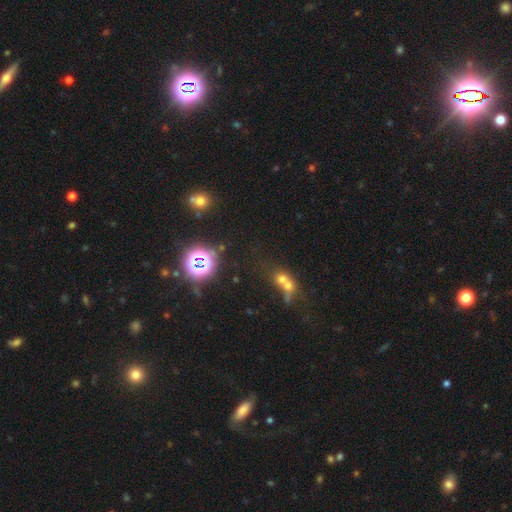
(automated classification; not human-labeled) This appears to be a star or artifact, not a galaxy (46%).